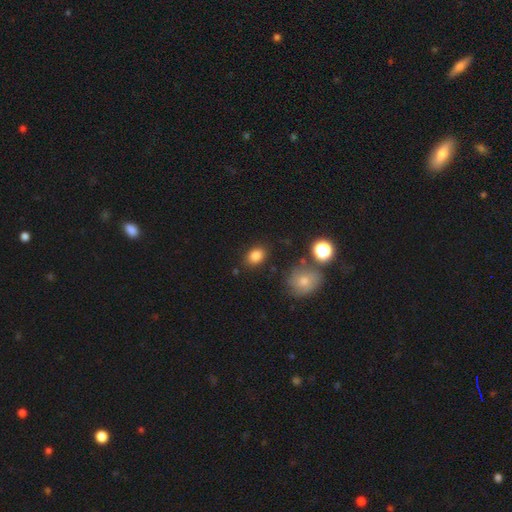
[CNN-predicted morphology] Overall: smooth (83%). How rounded: in between (68%; round 31%). Merging: none (84%).